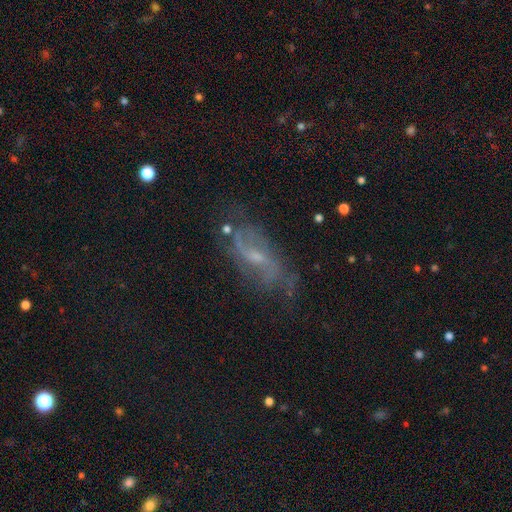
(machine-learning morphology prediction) The model was most divided on "bar": weak: 50%, no: 37%, strong: 13%. More confident: edge-on disk — no (87%); spiral arms — yes (83%); smooth or featured — featured or disk (66%); merging — none (62%); bulge size — small (58%).